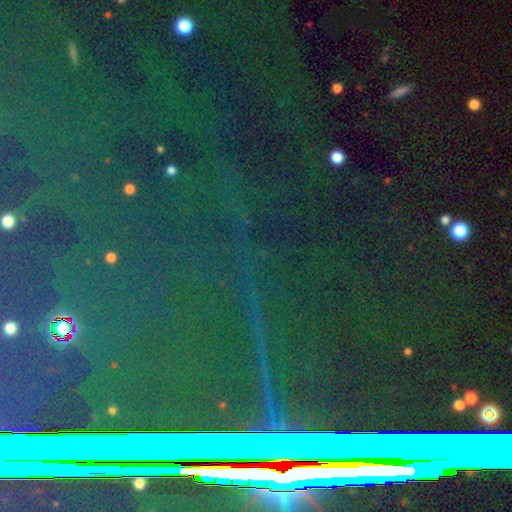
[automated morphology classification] smooth_or_featured: star or artifact (p=0.85) [alt: smooth p=0.08]